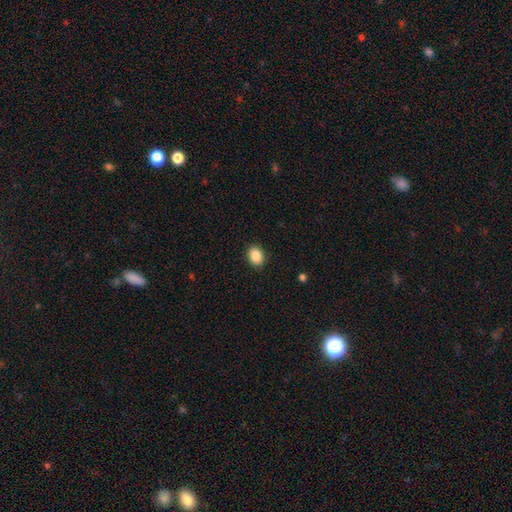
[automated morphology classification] smooth 88%, star or artifact 8%, featured or disk 4%. Down the decision tree: how rounded — in between (69%); merging — none (90%).